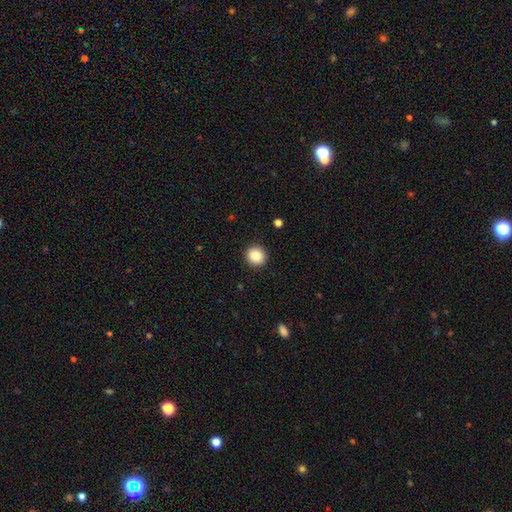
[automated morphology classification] A smooth galaxy with no disk features (88%) that is round (90%).

Vote fractions:
- Smooth or featured? smooth: 88% / star or artifact: 9% / featured or disk: 3%
- How rounded? round: 90% / in between: 9% / cigar-shaped: 1%
- Merging? none: 92% / minor disturbance: 5% / major disturbance: 2% / merger: 1%